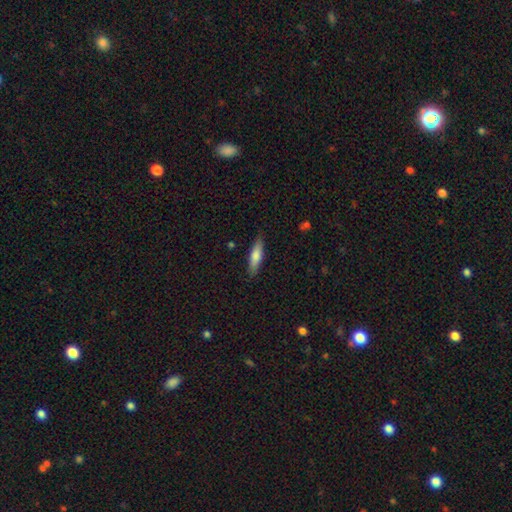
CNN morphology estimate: Q: Smooth or featured?
A: smooth (71%); runner-up: featured or disk (23%)
Q: How rounded?
A: cigar-shaped (63%); runner-up: in between (36%)
Q: Merging?
A: none (85%); runner-up: minor disturbance (11%)